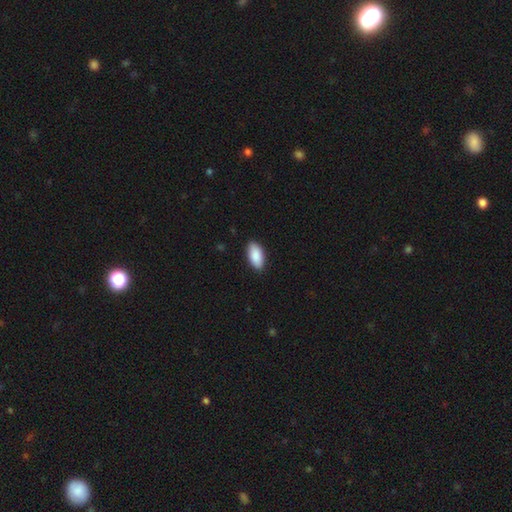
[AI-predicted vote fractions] This appears to be a smooth galaxy with no disk features (90%) that is in between round and cigar-shaped (93%). Merging: none (89%).